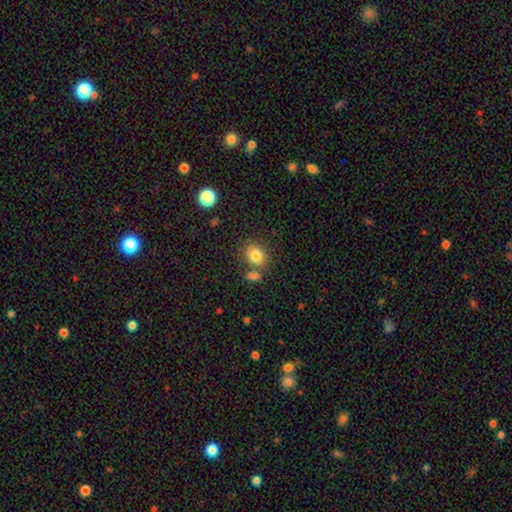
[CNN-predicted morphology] Smooth or featured: smooth — 82% (star or artifact — 10%)
How rounded: round — 57% (in between — 42%)
Merging: none — 67% (merger — 18%)